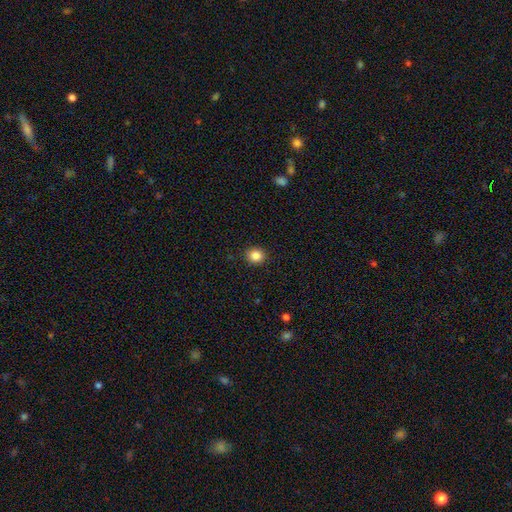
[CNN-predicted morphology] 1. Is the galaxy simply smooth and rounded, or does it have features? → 86% smooth, 10% star or artifact, 4% featured or disk.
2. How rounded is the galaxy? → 81% round, 18% in between, 1% cigar-shaped.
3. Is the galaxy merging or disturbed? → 91% none, 6% minor disturbance, 2% major disturbance, 1% merger.